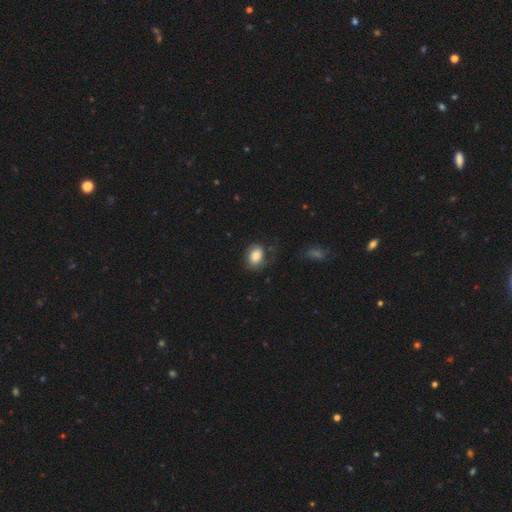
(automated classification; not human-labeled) A smooth galaxy with no disk features (74%) that is in between round and cigar-shaped (67%).

Vote fractions:
- Smooth or featured? smooth: 74% / featured or disk: 19% / star or artifact: 8%
- How rounded? in between: 67% / round: 32% / cigar-shaped: 1%
- Merging? none: 55% / minor disturbance: 24% / major disturbance: 19% / merger: 2%